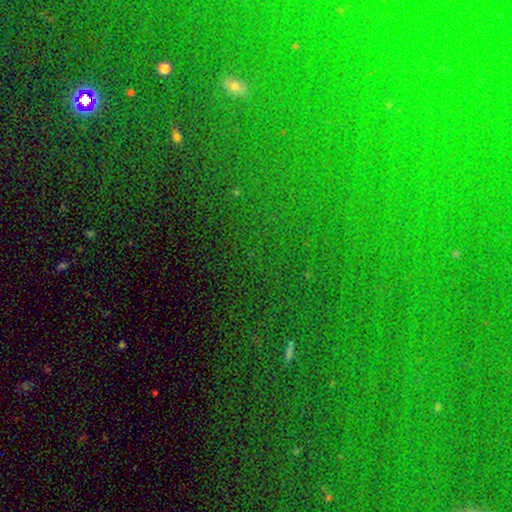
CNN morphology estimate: This is likely a star or artifact rather than a galaxy (78%).